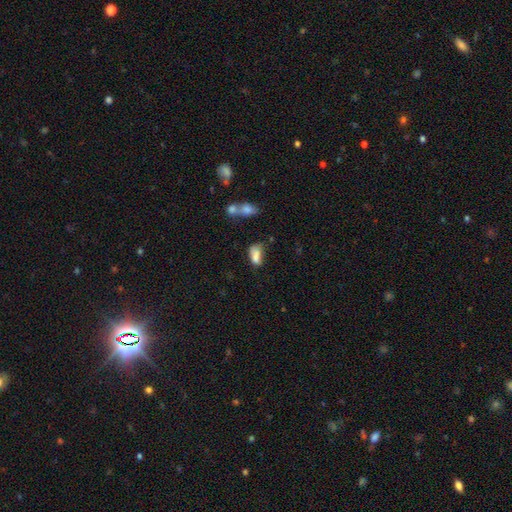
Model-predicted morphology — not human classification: A smooth galaxy with no disk features (78%) that is in between round and cigar-shaped (87%).

Vote fractions:
- Smooth or featured? smooth: 78% / featured or disk: 12% / star or artifact: 11%
- How rounded? in between: 87% / round: 7% / cigar-shaped: 6%
- Merging? none: 34% / minor disturbance: 30% / merger: 19% / major disturbance: 17%